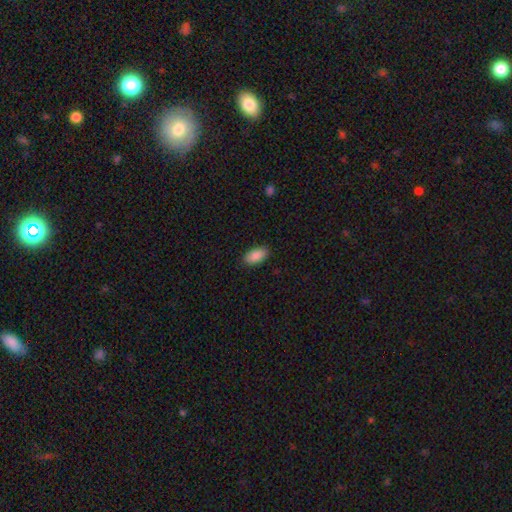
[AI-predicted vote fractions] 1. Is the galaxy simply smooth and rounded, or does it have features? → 89% smooth, 7% star or artifact, 4% featured or disk.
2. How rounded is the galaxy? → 93% in between, 4% cigar-shaped, 3% round.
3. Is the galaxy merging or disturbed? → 88% none, 9% minor disturbance, 2% major disturbance, 1% merger.